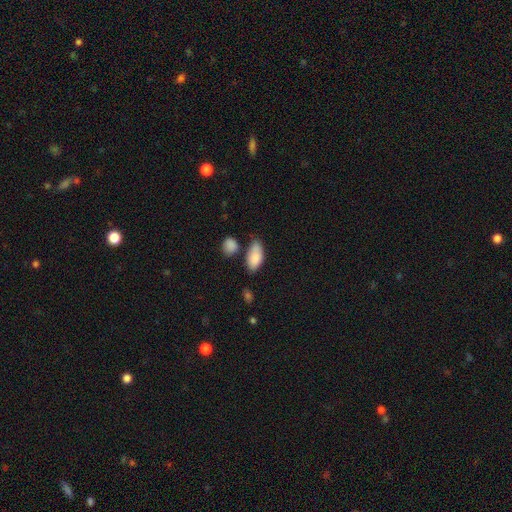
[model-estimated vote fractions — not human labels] Smooth or featured? Predicted: smooth (p=0.86). How rounded? Predicted: in between (p=0.91). Merging? Predicted: none (p=0.60).